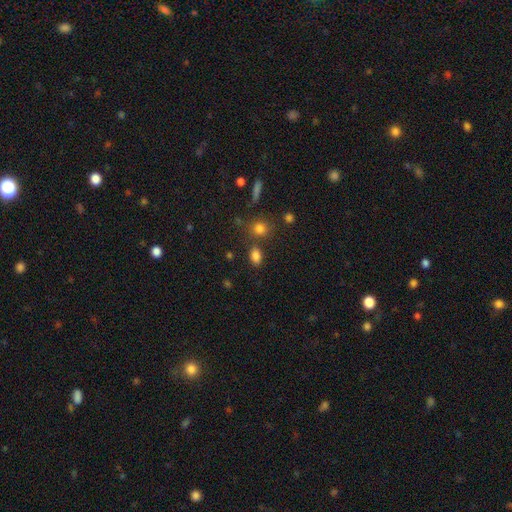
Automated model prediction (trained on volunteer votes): Smooth or featured? Predicted: smooth (p=0.82). How rounded? Predicted: in between (p=0.78). Merging? Predicted: none (p=0.74).